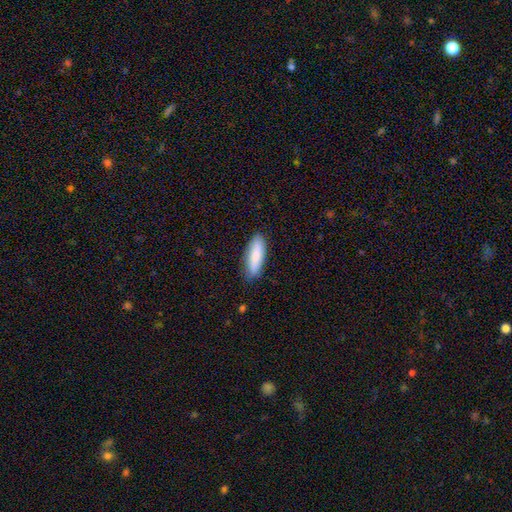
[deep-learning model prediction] A smooth galaxy with no disk features (82%) that is cigar-shaped (50%).

Vote fractions:
- Smooth or featured? smooth: 82% / featured or disk: 12% / star or artifact: 5%
- How rounded? cigar-shaped: 50% / in between: 48% / round: 2%
- Merging? none: 85% / minor disturbance: 12% / major disturbance: 2% / merger: 1%